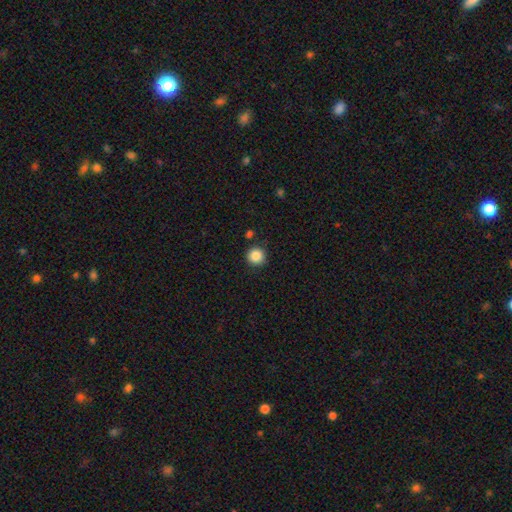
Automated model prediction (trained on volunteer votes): This appears to be a smooth galaxy with no disk features (87%) that is round (95%). Merging: none (88%).